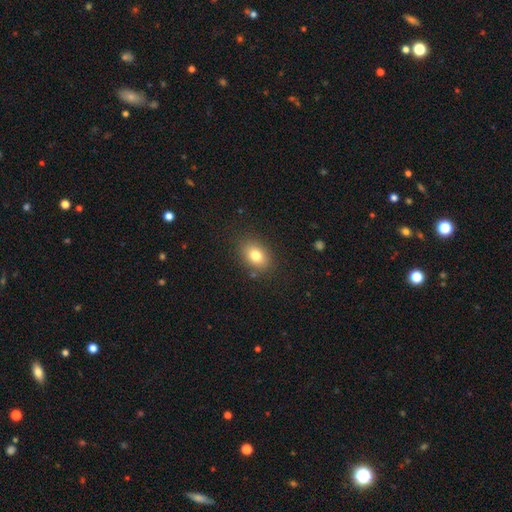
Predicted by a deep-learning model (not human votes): Overall: smooth (80%). How rounded: in between (72%). Merging: none (85%).